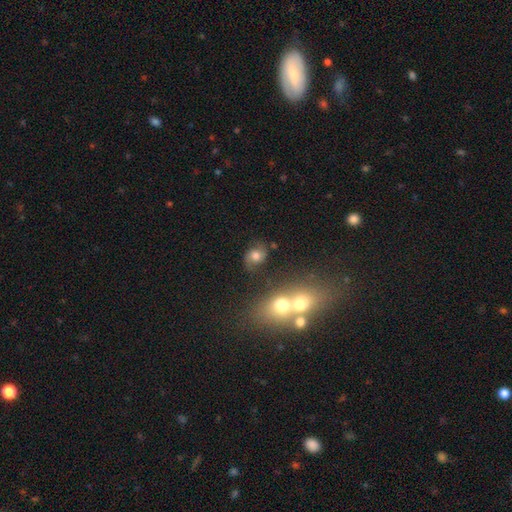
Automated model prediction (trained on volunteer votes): Smooth or featured? smooth (51%)
How rounded? in between (50%)
Merging? none (66%)